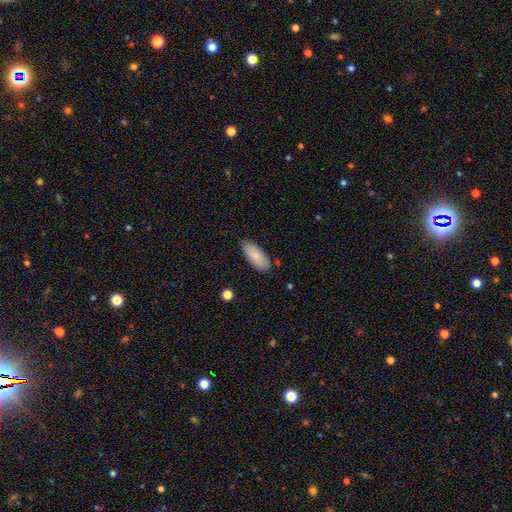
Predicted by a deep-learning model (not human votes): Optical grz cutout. It shows a smooth galaxy with no disk features (86%) that is in between round and cigar-shaped (86%). Merging: none (83%).